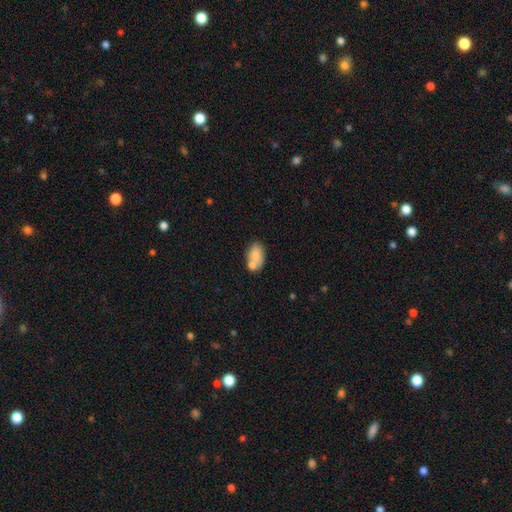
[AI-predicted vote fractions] A smooth galaxy with no disk features (77%) that is in between round and cigar-shaped (89%). Merging: none (52%).